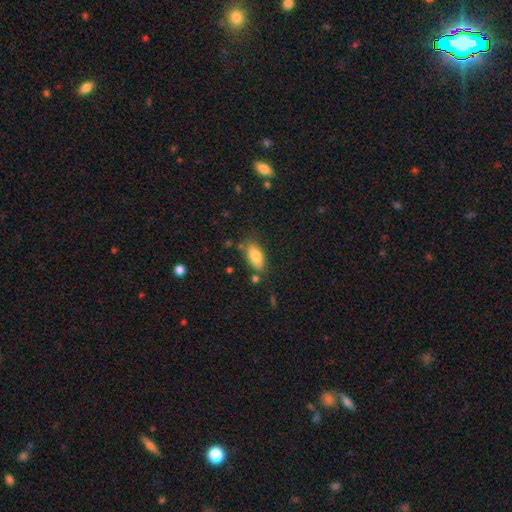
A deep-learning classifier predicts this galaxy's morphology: Overall: smooth (80%). How rounded: in between (88%). Merging: none (75%).